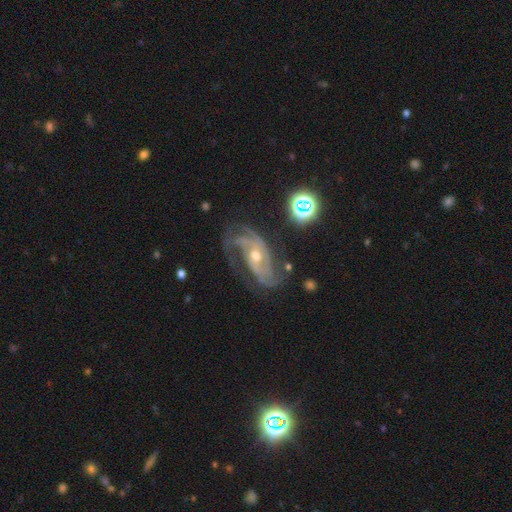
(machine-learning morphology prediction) A featured or disk galaxy (88%) with no bar (52%), 2 (46%) medium (46%) spiral arms (97%) and a moderate central bulge (55%).

Vote fractions:
- Smooth or featured? featured or disk: 88% / star or artifact: 7% / smooth: 5%
- Edge-on disk? no: 96% / yes: 4%
- Bar? no: 52% / weak: 32% / strong: 16%
- Spiral arms? yes: 97% / no: 3%
- Spiral winding? medium: 46% / tight: 38% / loose: 16%
- Spiral arm count? 2: 46% / 3: 24% / can't tell: 14% / 4: 7% / 1: 5% / more than 4: 5%
- Bulge size? moderate: 55% / small: 41% / large: 2% / none: 1% / dominant: 1%
- Merging? none: 65% / minor disturbance: 19% / major disturbance: 12% / merger: 3%